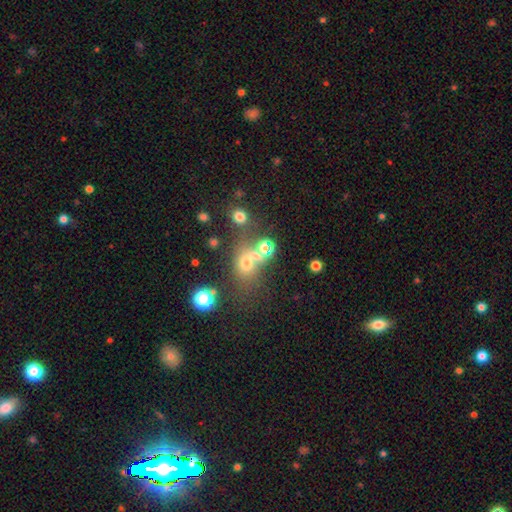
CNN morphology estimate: The model was most divided on "merging": none: 45%, merger: 34%, minor disturbance: 11%, major disturbance: 9%. More confident: smooth or featured — smooth (59%); how rounded — round (58%).